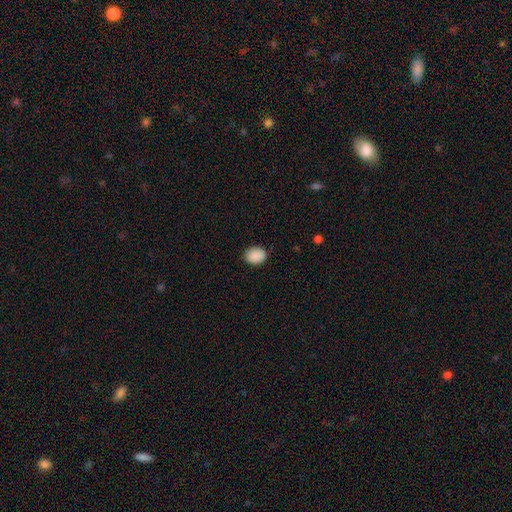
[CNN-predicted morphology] smooth_or_featured: smooth (p=0.90) [alt: star or artifact p=0.08]
how_rounded: in between (p=0.65) [alt: round p=0.34]
merging: none (p=0.88) [alt: minor disturbance p=0.09]